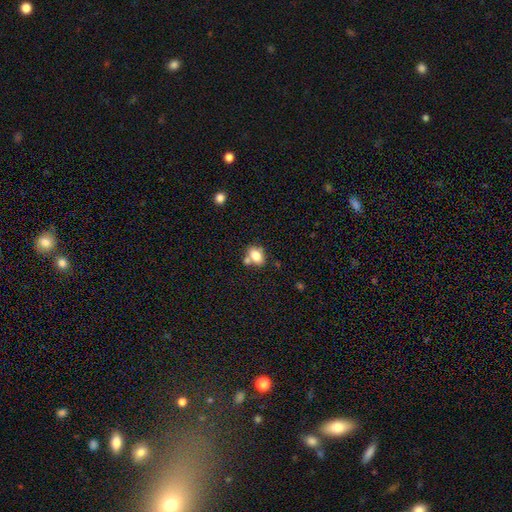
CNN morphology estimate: This appears to be a smooth galaxy with no disk features (78%) that is in between round and cigar-shaped (76%). Merging: none (54%).